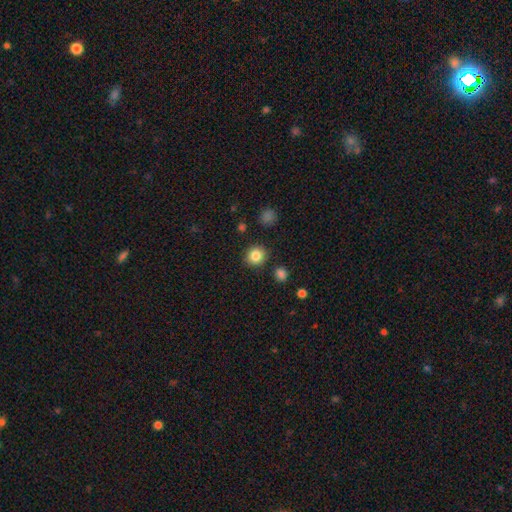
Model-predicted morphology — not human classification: The model was most divided on "smooth or featured": smooth: 85%, star or artifact: 10%, featured or disk: 5%. More confident: merging — none (89%); how rounded — round (88%).